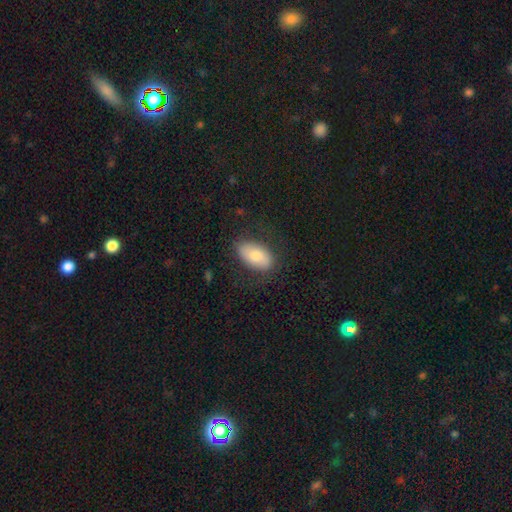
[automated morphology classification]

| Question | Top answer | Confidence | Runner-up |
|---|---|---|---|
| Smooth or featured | smooth | 75% | featured or disk (19%) |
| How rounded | in between | 93% | round (5%) |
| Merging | none | 78% | minor disturbance (16%) |